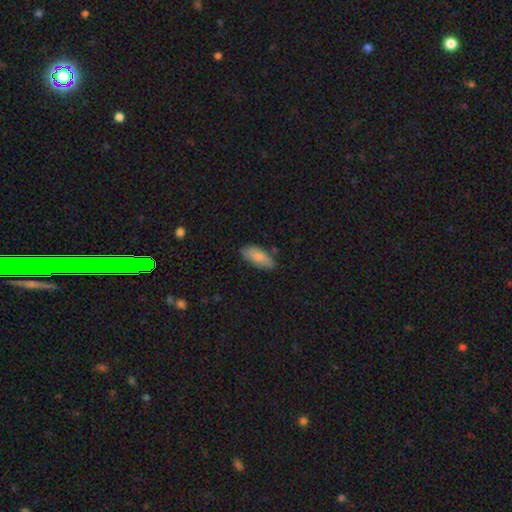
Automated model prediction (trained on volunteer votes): smooth 78%, featured or disk 15%, star or artifact 7%. Down the decision tree: how rounded — in between (79%); merging — none (80%).